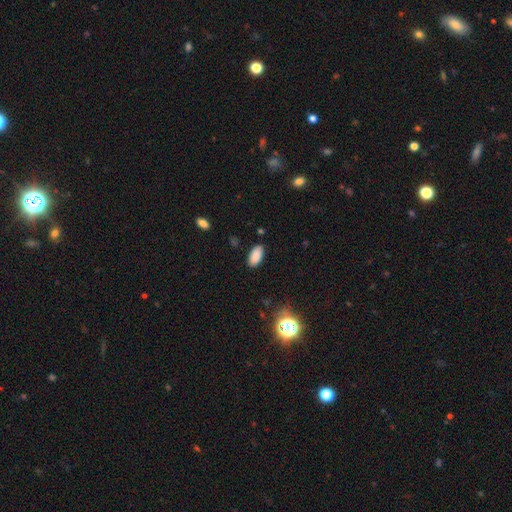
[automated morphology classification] Q: Smooth or featured?
A: smooth (87%); runner-up: star or artifact (9%)
Q: How rounded?
A: in between (92%); runner-up: cigar-shaped (5%)
Q: Merging?
A: none (86%); runner-up: minor disturbance (10%)